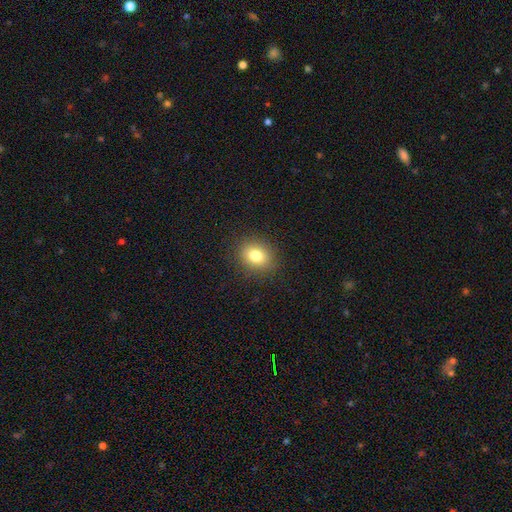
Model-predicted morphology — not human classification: Smooth or featured?
  - smooth: 80% *
  - star or artifact: 12%
  - featured or disk: 9%
How rounded?
  - round: 57% *
  - in between: 42%
  - cigar-shaped: 1%
Merging?
  - none: 89% *
  - minor disturbance: 8%
  - major disturbance: 3%
  - merger: 1%